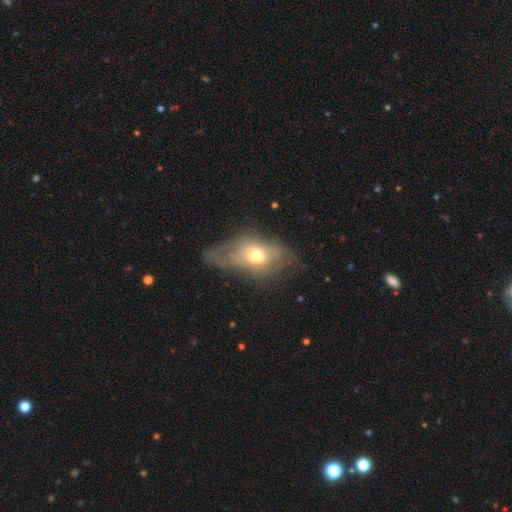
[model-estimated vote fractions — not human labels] smooth-or-featured: smooth: 51% | featured or disk: 40% | star or artifact: 10%
  how-rounded: in between: 78% | round: 18% | cigar-shaped: 4%
  merging: major disturbance: 39% | minor disturbance: 30% | none: 28% | merger: 3%